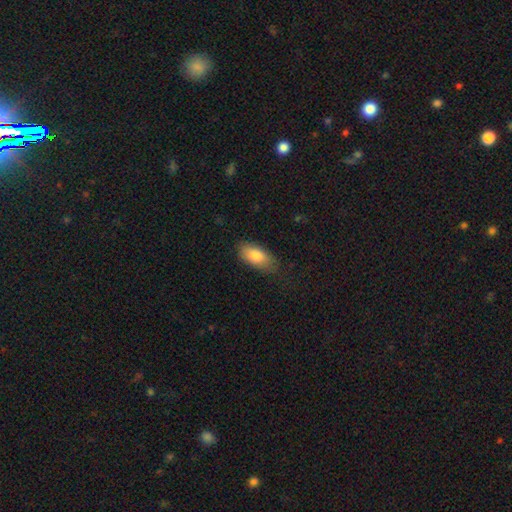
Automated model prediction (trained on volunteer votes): This is clearly a smooth galaxy (82%). How rounded: clearly in between (90%). Merging: likely none (74%).